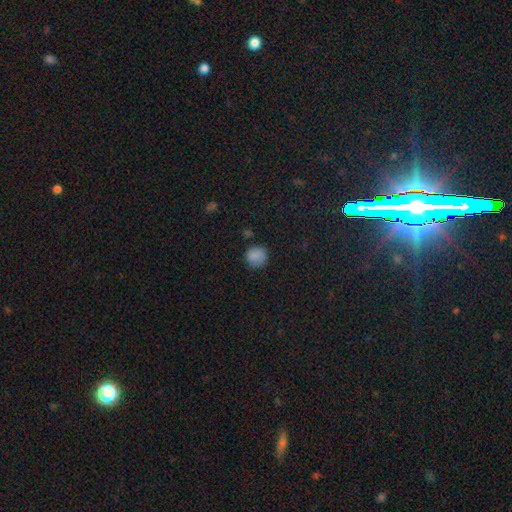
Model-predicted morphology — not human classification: Smooth or featured? Predicted: smooth (p=0.83). How rounded? Predicted: round (p=0.87). Merging? Predicted: none (p=0.77).